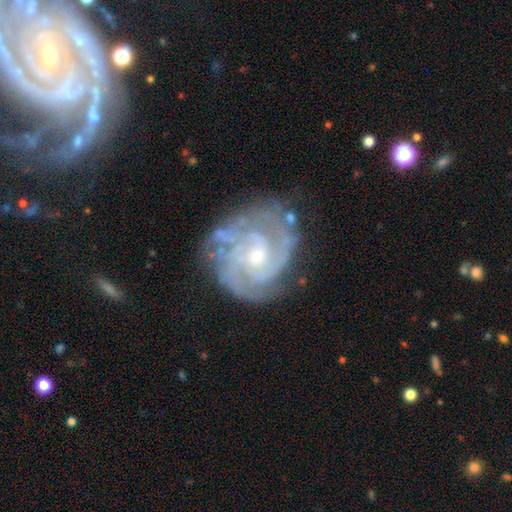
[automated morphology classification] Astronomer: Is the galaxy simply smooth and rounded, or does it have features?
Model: featured or disk — 89%.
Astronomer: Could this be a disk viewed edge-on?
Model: no — 98%.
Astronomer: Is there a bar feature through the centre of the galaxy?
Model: no — 60%.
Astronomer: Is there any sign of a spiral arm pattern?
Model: yes — 97%.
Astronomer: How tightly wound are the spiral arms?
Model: tight — 63%.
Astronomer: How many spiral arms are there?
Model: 3 — 31% (runner-up: 2, 25%).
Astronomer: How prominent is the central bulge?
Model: small — 61%.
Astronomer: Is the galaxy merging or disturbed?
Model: none — 68%.